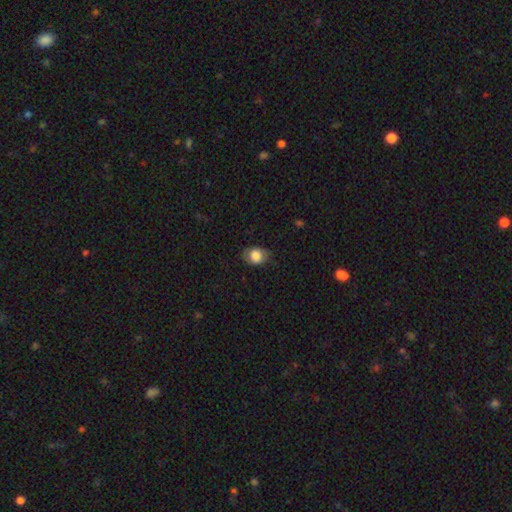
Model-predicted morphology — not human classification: Q: Smooth or featured?
A: smooth (80%); runner-up: featured or disk (12%)
Q: How rounded?
A: in between (58%); runner-up: round (40%)
Q: Merging?
A: none (72%); runner-up: minor disturbance (22%)